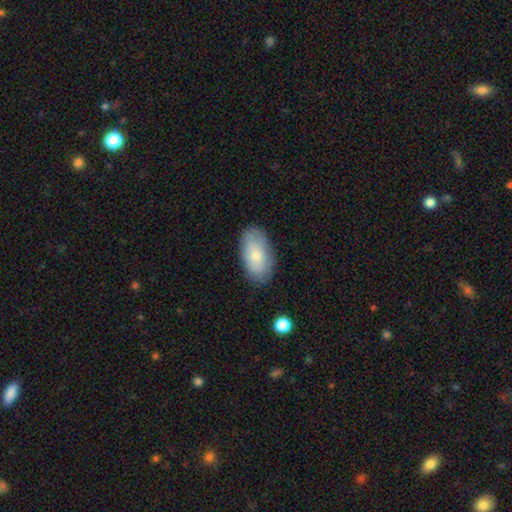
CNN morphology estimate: A smooth galaxy with no disk features (77%) that is in between round and cigar-shaped (94%). Merging: none (82%).